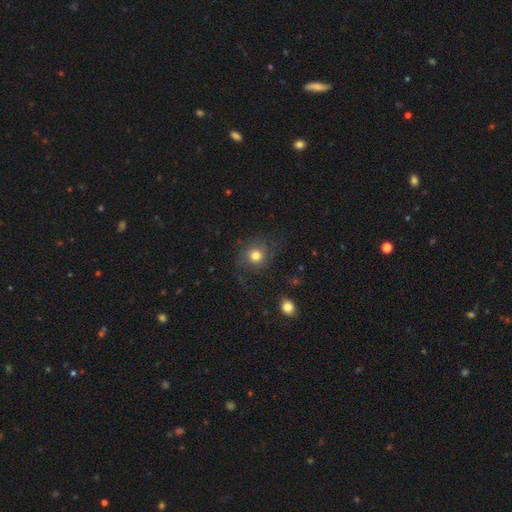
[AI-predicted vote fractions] This is likely a smooth galaxy (64%). How rounded: clearly round (86%). Merging: likely none (71%).